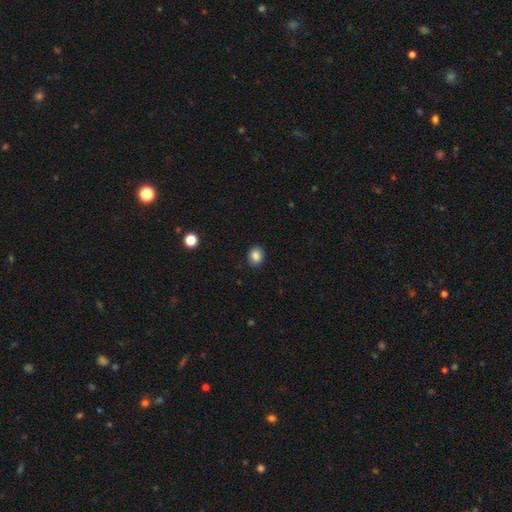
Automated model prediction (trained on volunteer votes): smooth_or_featured: smooth (p=0.85) [alt: star or artifact p=0.10]
how_rounded: round (p=0.62) [alt: in between p=0.38]
merging: none (p=0.90) [alt: minor disturbance p=0.07]